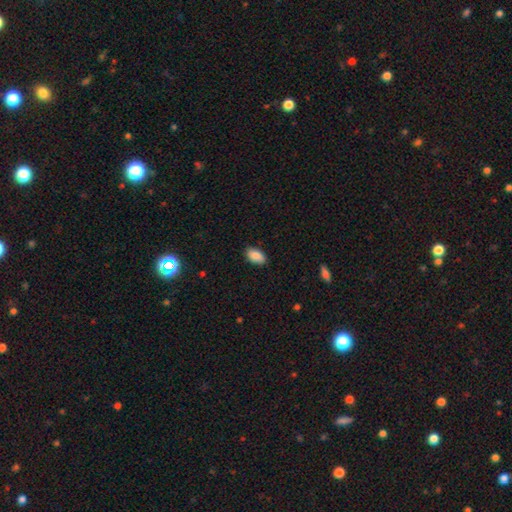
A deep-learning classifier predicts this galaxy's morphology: Smooth or featured: smooth — 87% (star or artifact — 7%)
How rounded: in between — 94% (round — 4%)
Merging: none — 88% (minor disturbance — 9%)